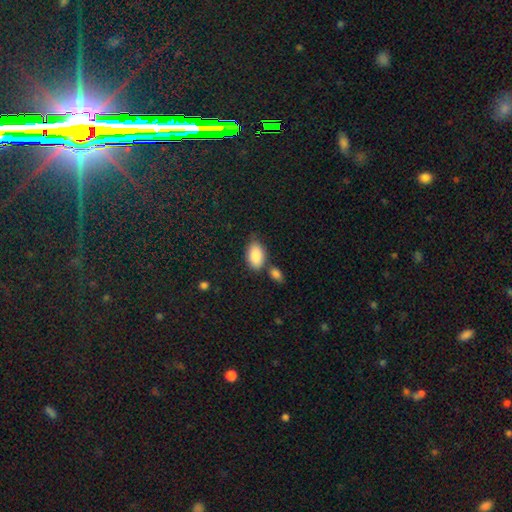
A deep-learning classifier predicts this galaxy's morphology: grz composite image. It shows a smooth galaxy with no disk features (88%) that is in between round and cigar-shaped (92%). Merging: none (61%).